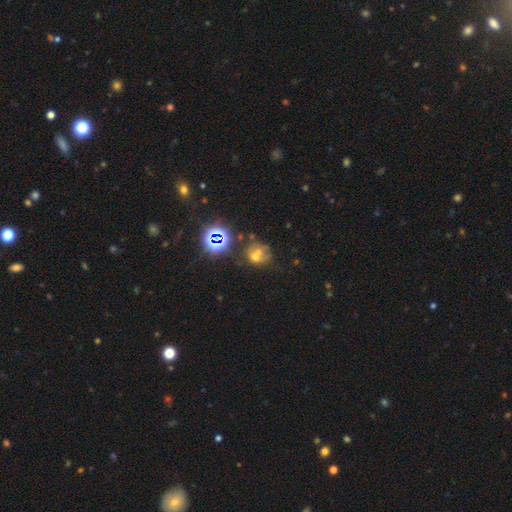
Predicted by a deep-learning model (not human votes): Smooth or featured? smooth (44%)
Merging? none (36%, tied with merger)